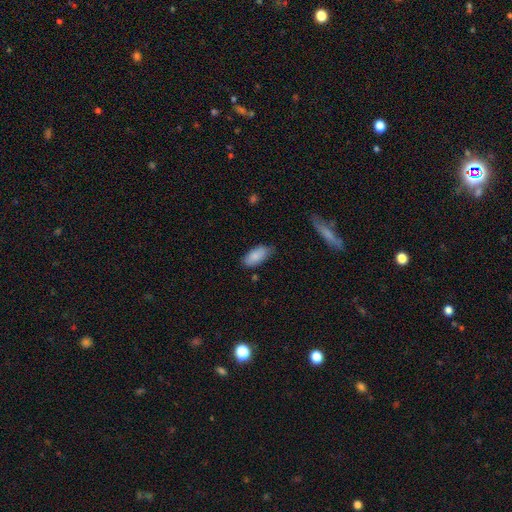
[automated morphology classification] A smooth galaxy with no disk features (86%) that is in between round and cigar-shaped (91%).

Vote fractions:
- Smooth or featured? smooth: 86% / featured or disk: 7% / star or artifact: 6%
- How rounded? in between: 91% / cigar-shaped: 7% / round: 2%
- Merging? none: 72% / minor disturbance: 22% / major disturbance: 4% / merger: 2%